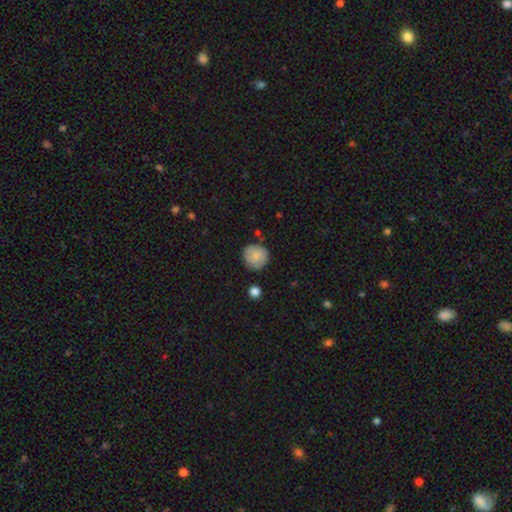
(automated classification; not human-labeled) smooth_or_featured: smooth (p=0.78) [alt: featured or disk p=0.15]
how_rounded: round (p=0.90) [alt: in between p=0.09]
merging: none (p=0.77) [alt: minor disturbance p=0.16]